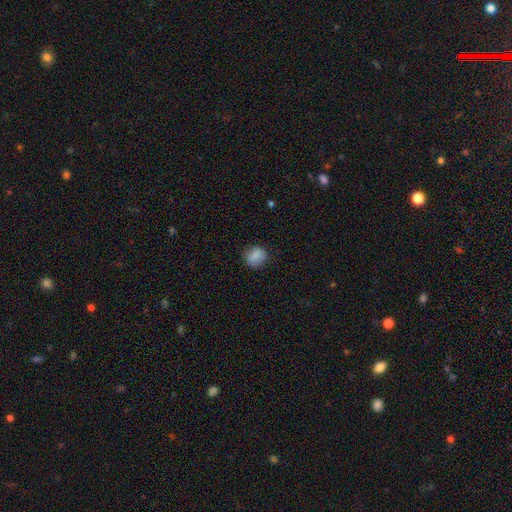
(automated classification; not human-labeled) This appears to be a smooth galaxy with no disk features (86%) that is round (67%). Merging: none (81%).